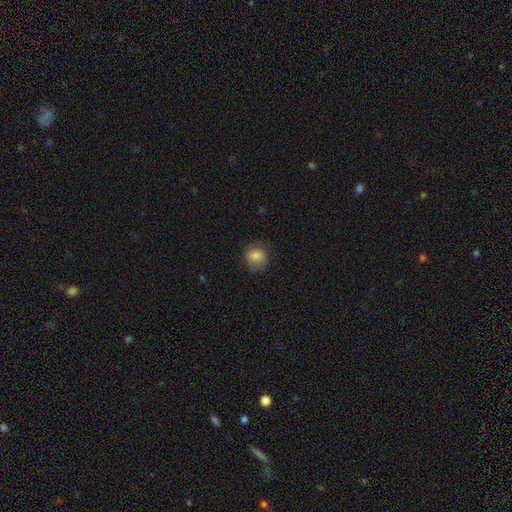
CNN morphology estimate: smooth_or_featured: smooth (p=0.81) [alt: star or artifact p=0.10]
how_rounded: round (p=0.76) [alt: in between p=0.23]
merging: none (p=0.72) [alt: minor disturbance p=0.20]